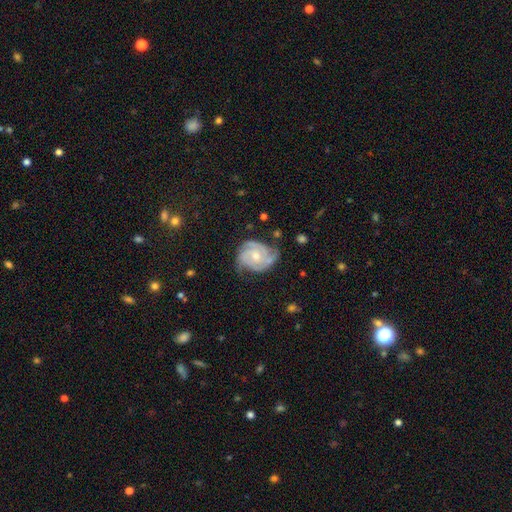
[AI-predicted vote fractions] smooth_or_featured: featured or disk (p=0.84) [alt: smooth p=0.11]
disk_edge_on: no (p=0.98) [alt: yes p=0.02]
bar: no (p=0.72) [alt: weak p=0.23]
has_spiral_arms: yes (p=0.96) [alt: no p=0.04]
spiral_winding: tight (p=0.59) [alt: medium p=0.34]
spiral_arm_count: 3 (p=0.41) [alt: 2 p=0.26]
bulge_size: moderate (p=0.52) [alt: small p=0.42]
merging: none (p=0.61) [alt: minor disturbance p=0.27]